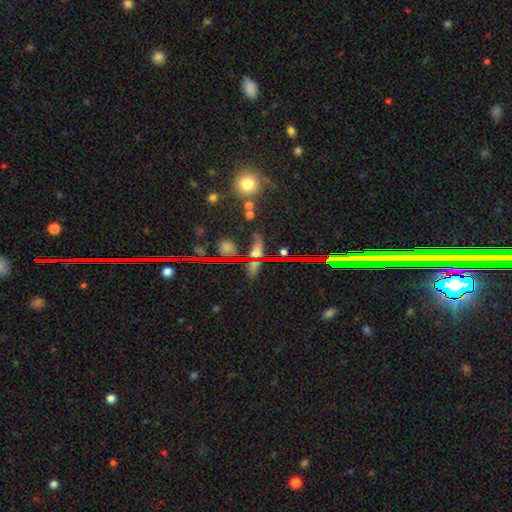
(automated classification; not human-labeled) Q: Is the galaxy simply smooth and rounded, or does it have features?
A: star or artifact — 66%.